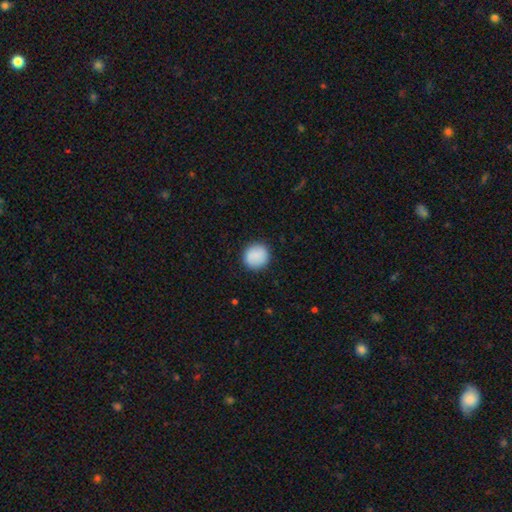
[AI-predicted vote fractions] Overall: smooth (89%). How rounded: round (92%). Merging: none (90%).